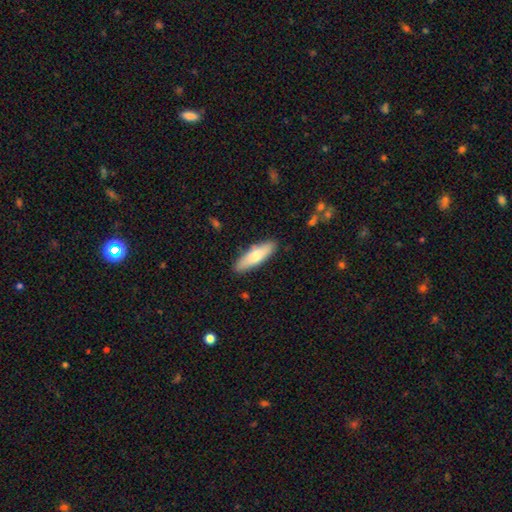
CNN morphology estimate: This is likely a smooth galaxy (74%). How rounded: possibly cigar-shaped (59%). Merging: clearly none (86%).